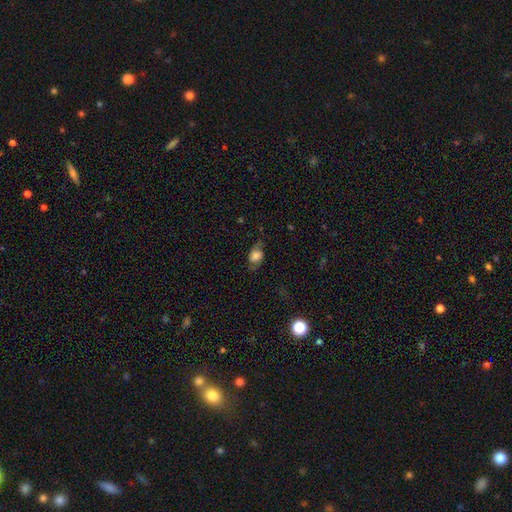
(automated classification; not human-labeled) A smooth galaxy with no disk features (54%) that is in between round and cigar-shaped (73%). Merging: none (63%).